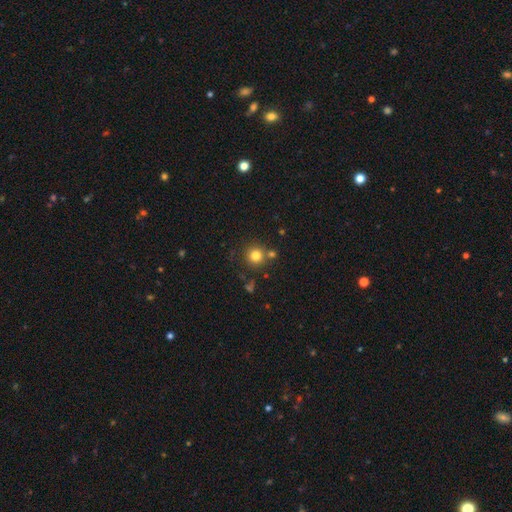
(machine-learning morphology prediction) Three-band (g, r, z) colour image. It shows a smooth galaxy with no disk features (80%) that is round (94%). Merging: none (76%).